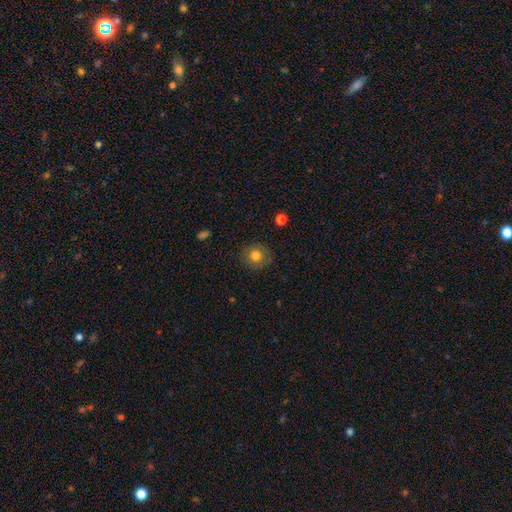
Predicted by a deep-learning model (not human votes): smooth_or_featured: smooth (p=0.74) [alt: featured or disk p=0.16]
how_rounded: round (p=0.89) [alt: in between p=0.10]
merging: none (p=0.85) [alt: minor disturbance p=0.10]